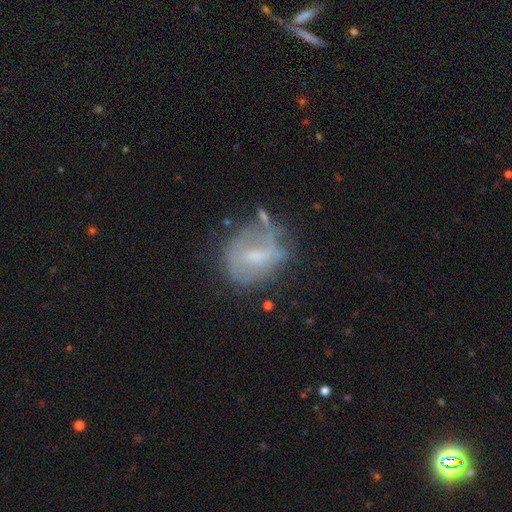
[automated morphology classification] Overall: featured or disk (57%; smooth 33%). Edge-on disk: no (95%). Bar: weak (49%; no 32%). Spiral arms: no (57%; yes 43%). Bulge size: small (41%; moderate 35%). Merging: none (46%; minor disturbance 26%).